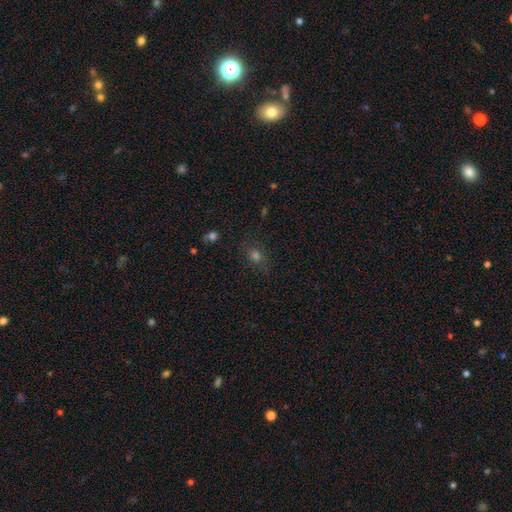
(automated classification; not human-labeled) The model was most divided on "how rounded": round: 61%, in between: 37%, cigar-shaped: 2%. More confident: merging — none (79%); smooth or featured — smooth (62%).